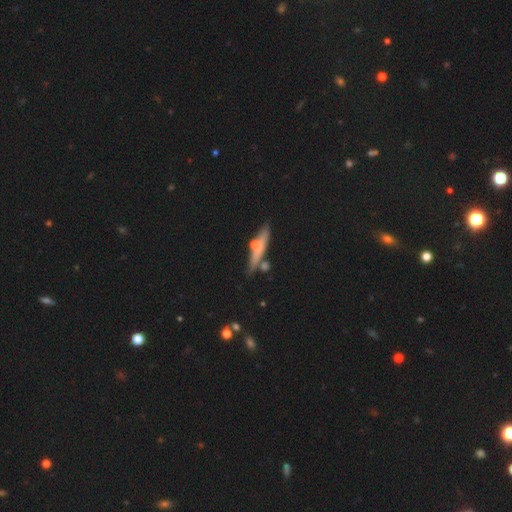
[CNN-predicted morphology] smooth_or_featured: featured or disk (p=0.49) [alt: smooth p=0.43]
merging: none (p=0.68) [alt: minor disturbance p=0.15]